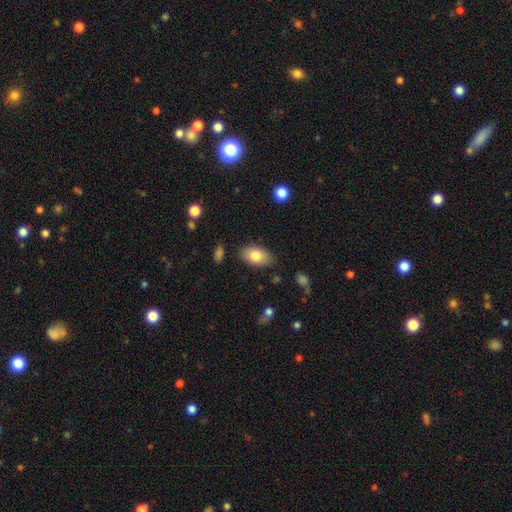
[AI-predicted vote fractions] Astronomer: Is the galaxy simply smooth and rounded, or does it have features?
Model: smooth — 79%.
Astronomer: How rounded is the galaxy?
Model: in between — 92%.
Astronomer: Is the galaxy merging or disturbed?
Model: none — 83%.